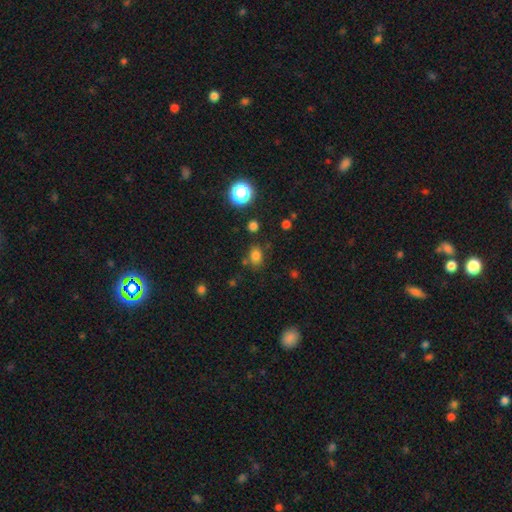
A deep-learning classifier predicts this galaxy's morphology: Smooth or featured? Predicted: smooth (p=0.77). How rounded? Predicted: in between (p=0.63). Merging? Predicted: none (p=0.74).